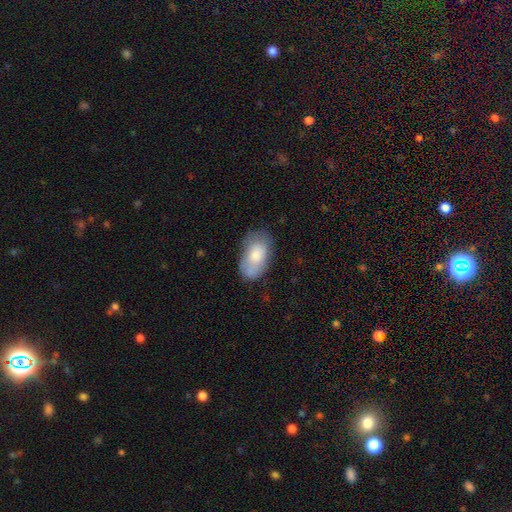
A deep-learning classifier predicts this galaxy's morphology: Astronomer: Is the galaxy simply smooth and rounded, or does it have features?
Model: smooth — 75%.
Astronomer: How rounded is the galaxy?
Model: in between — 93%.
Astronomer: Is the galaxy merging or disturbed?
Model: none — 62%.